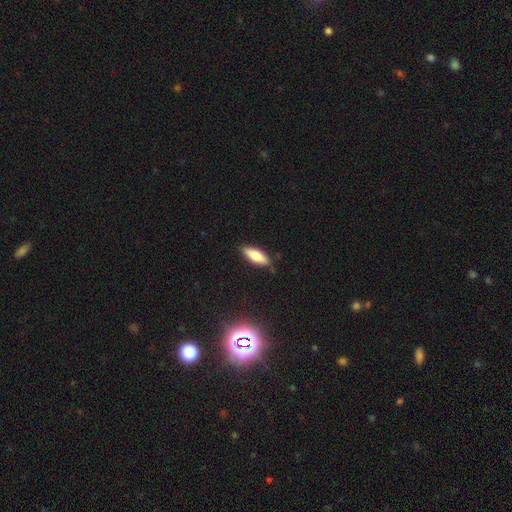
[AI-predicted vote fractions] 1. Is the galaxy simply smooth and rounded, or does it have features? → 71% smooth, 22% featured or disk, 7% star or artifact.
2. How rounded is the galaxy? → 64% in between, 34% cigar-shaped, 2% round.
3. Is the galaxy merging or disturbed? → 84% none, 13% minor disturbance, 2% major disturbance, 1% merger.